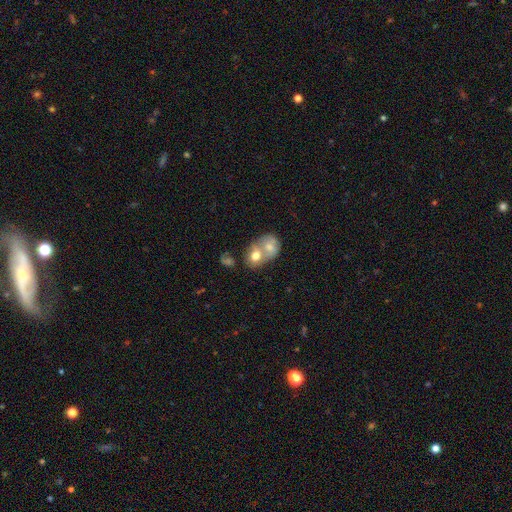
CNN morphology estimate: This appears to be a smooth galaxy with no disk features (67%) that is round (52%). Merging: merger (70%).